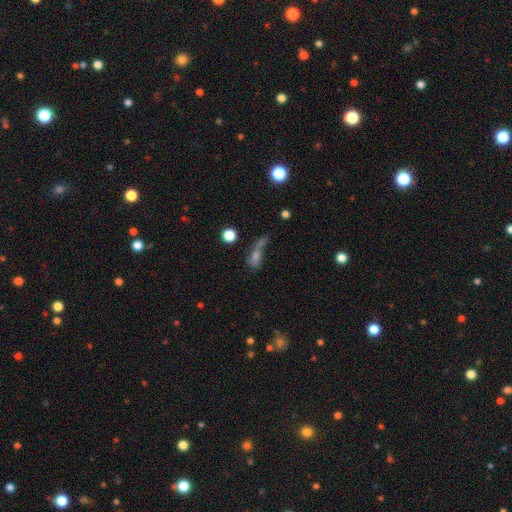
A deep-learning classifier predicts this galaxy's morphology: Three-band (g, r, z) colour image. It shows a smooth galaxy with no disk features (51%) that is in between round and cigar-shaped (48%). Merging: none (33%).